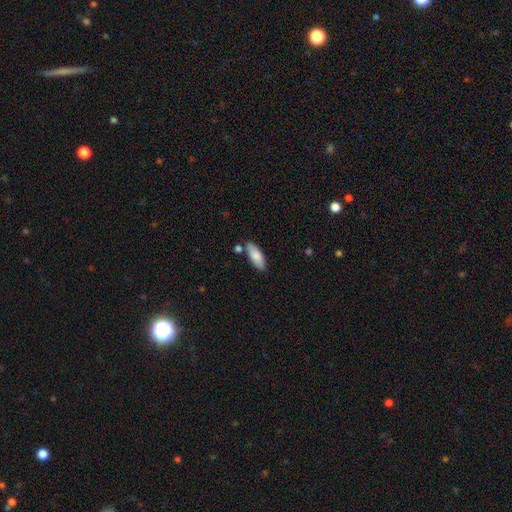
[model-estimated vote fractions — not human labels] smooth 82%, featured or disk 12%, star or artifact 6%. Down the decision tree: how rounded — in between (79%); merging — none (78%).